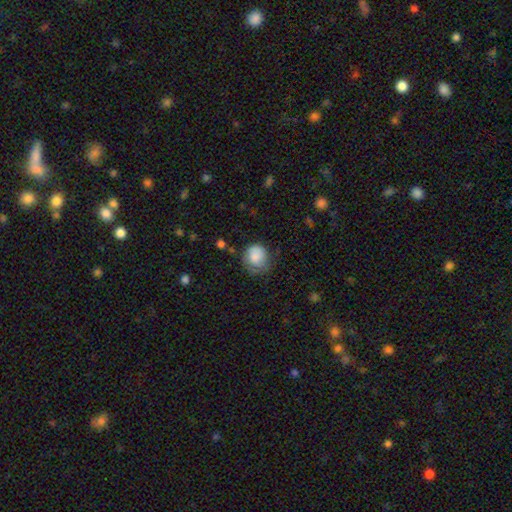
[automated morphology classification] Overall: smooth (79%). How rounded: round (75%). Merging: none (47%; minor disturbance 33%).